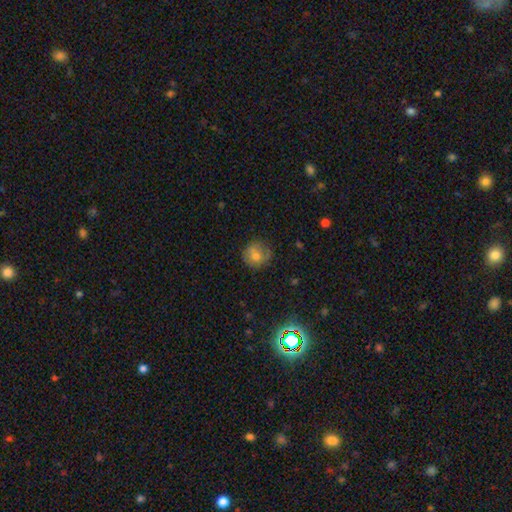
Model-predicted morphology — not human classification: Smooth or featured: smooth — 65% (featured or disk — 23%)
How rounded: round — 86% (in between — 13%)
Merging: none — 67% (minor disturbance — 20%)